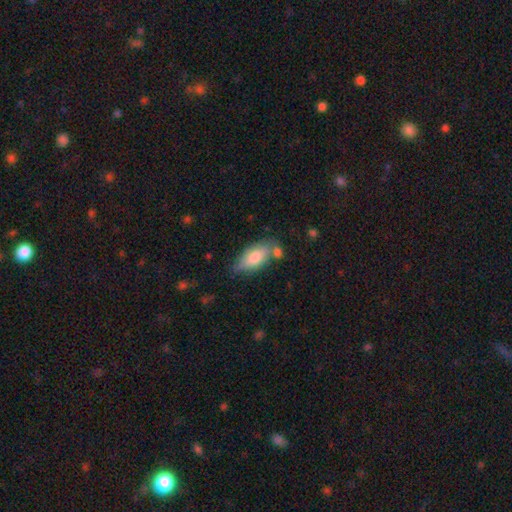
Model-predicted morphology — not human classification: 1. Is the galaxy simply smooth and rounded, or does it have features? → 74% smooth, 20% featured or disk, 6% star or artifact.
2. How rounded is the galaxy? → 82% in between, 15% cigar-shaped, 3% round.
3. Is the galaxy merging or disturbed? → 60% none, 22% minor disturbance, 13% merger, 5% major disturbance.